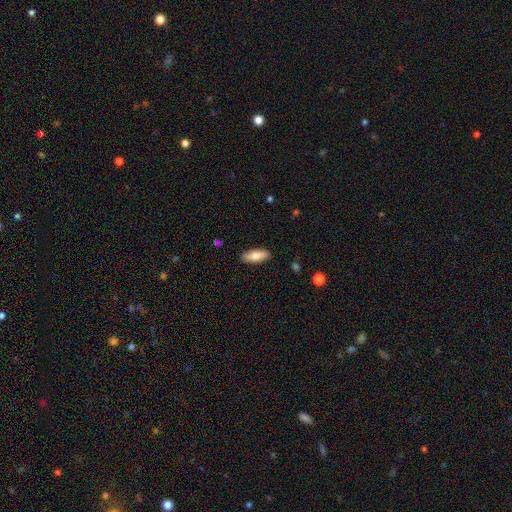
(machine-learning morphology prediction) A smooth galaxy with no disk features (78%) that is in between round and cigar-shaped (66%).

Vote fractions:
- Smooth or featured? smooth: 78% / featured or disk: 16% / star or artifact: 6%
- How rounded? in between: 66% / cigar-shaped: 31% / round: 2%
- Merging? none: 88% / minor disturbance: 9% / major disturbance: 2% / merger: 1%